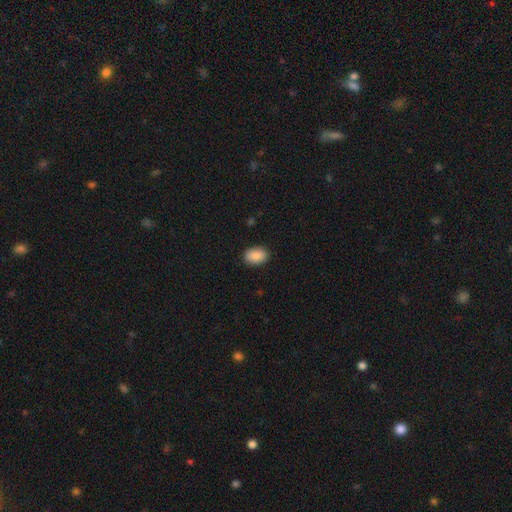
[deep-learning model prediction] This appears to be a smooth galaxy with no disk features (89%) that is in between round and cigar-shaped (83%). Merging: none (88%).